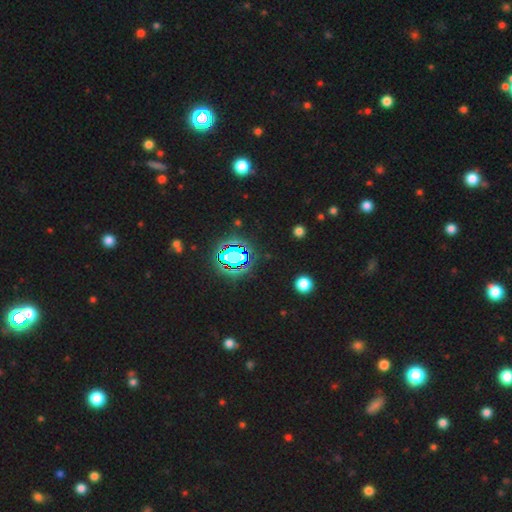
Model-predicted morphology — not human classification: The model was most divided on "smooth or featured": star or artifact: 79%, smooth: 14%, featured or disk: 7%.